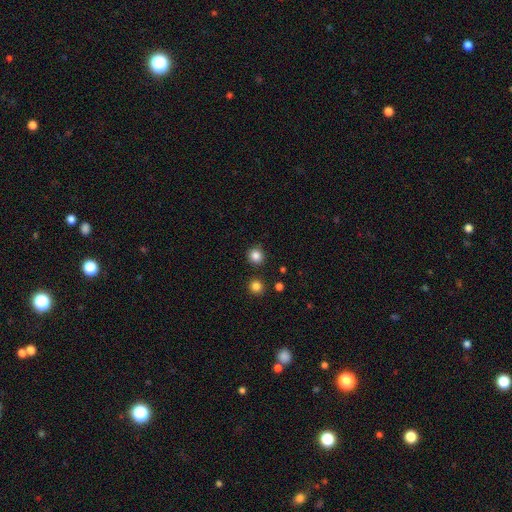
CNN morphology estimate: This appears to be a smooth galaxy with no disk features (85%) that is round (92%). Merging: none (88%).